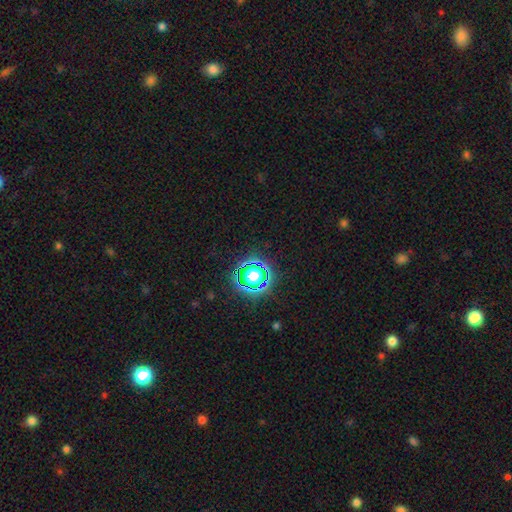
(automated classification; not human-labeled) A star or artifact, not a galaxy (76%).

Vote fractions:
- Smooth or featured? star or artifact: 76% / smooth: 17% / featured or disk: 7%